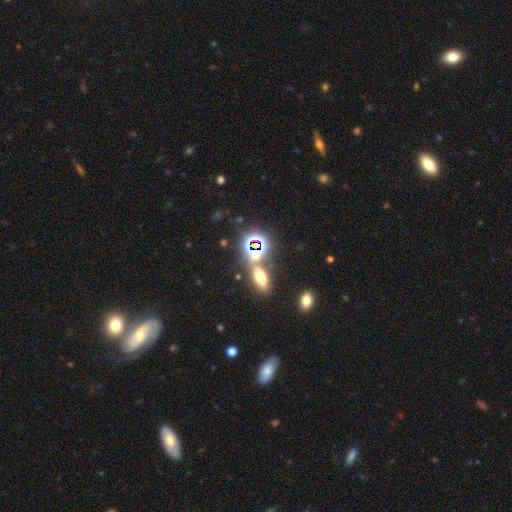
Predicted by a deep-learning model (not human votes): Overall: star or artifact (49%; smooth 40%).